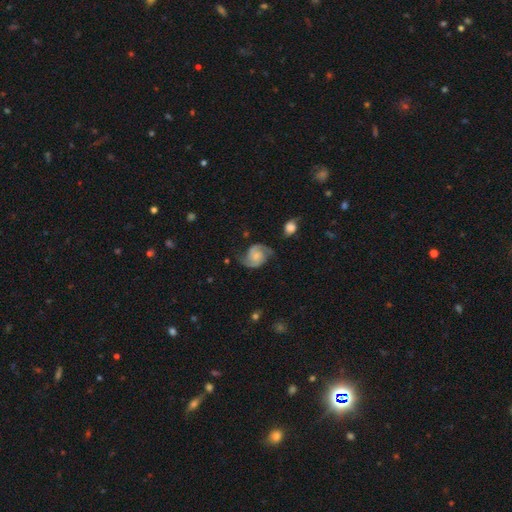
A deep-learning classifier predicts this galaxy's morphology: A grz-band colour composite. It shows a featured or disk galaxy (85%) with no bar (66%), 2 (92%) medium (50%) spiral arms (97%) and a small central bulge (40%). Merging: none (70%).